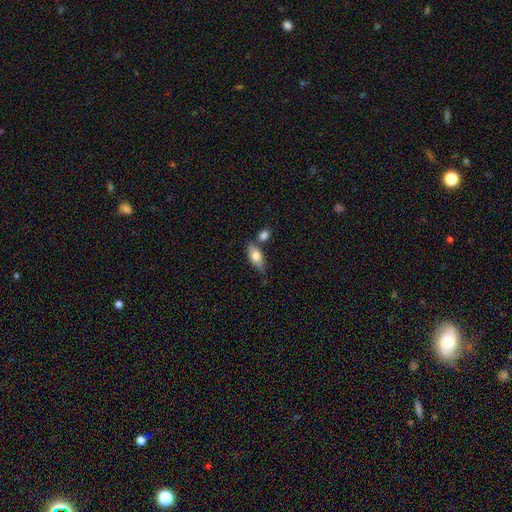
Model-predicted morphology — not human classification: smooth-or-featured: smooth: 70% | featured or disk: 23% | star or artifact: 7%
  how-rounded: in between: 78% | cigar-shaped: 17% | round: 4%
  merging: none: 58% | merger: 19% | minor disturbance: 18% | major disturbance: 5%